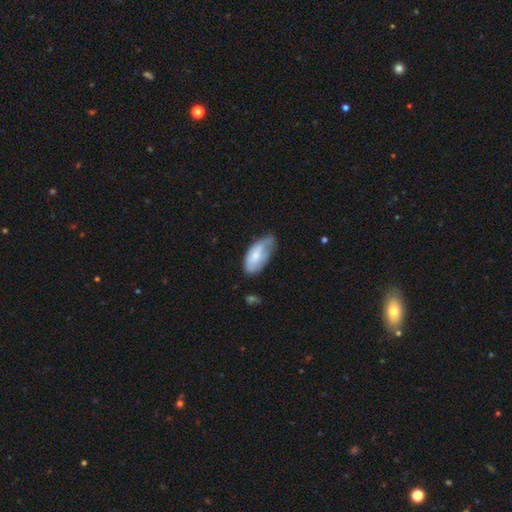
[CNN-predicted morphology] The model was most divided on "merging": minor disturbance: 43%, none: 37%, major disturbance: 17%, merger: 3%. More confident: how rounded — in between (91%); smooth or featured — smooth (66%).